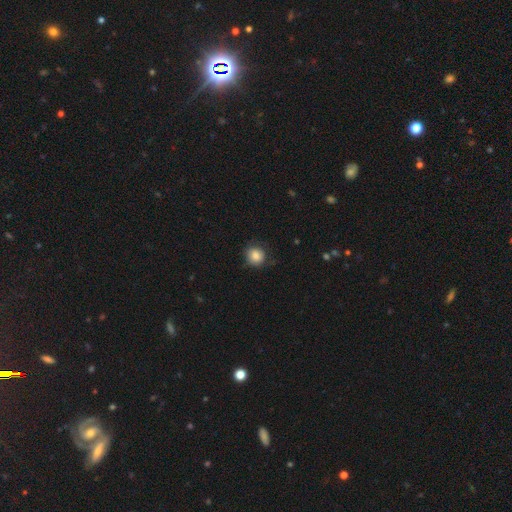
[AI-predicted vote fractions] This is clearly a smooth galaxy (85%). How rounded: clearly round (85%). Merging: likely none (76%).